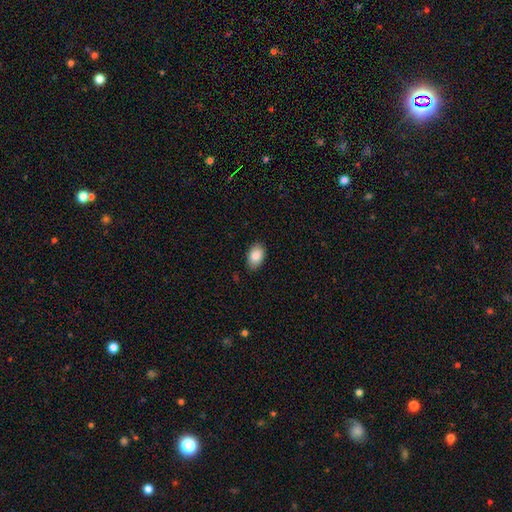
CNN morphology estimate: Smooth or featured? smooth (88%)
How rounded? in between (91%)
Merging? none (85%)